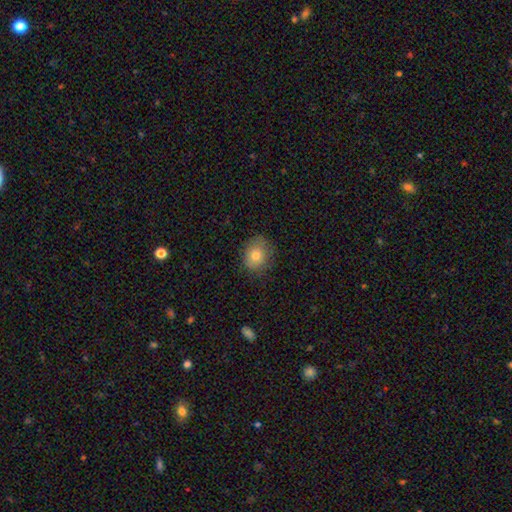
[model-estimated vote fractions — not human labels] Morphology: type=smooth (78%); roundness=round (61%); merging=none (76%).